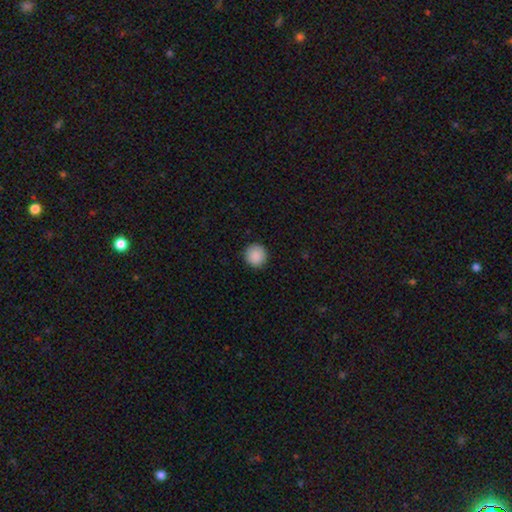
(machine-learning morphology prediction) Smooth or featured? Predicted: smooth (p=0.89). How rounded? Predicted: round (p=0.94). Merging? Predicted: none (p=0.92).